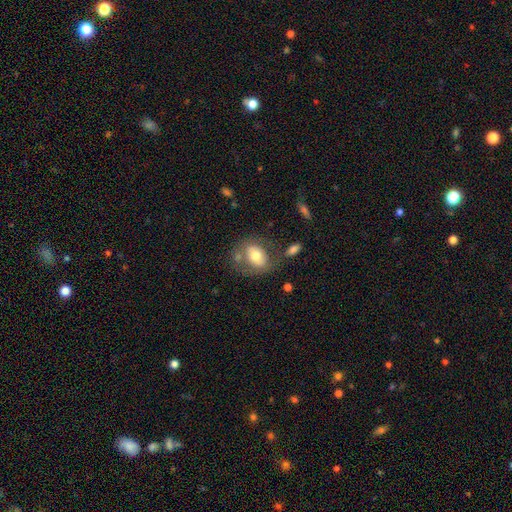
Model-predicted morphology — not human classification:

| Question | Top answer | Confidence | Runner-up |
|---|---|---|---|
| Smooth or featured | smooth | 62% | featured or disk (30%) |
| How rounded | in between | 64% | round (35%) |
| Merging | none | 55% | minor disturbance (19%) |